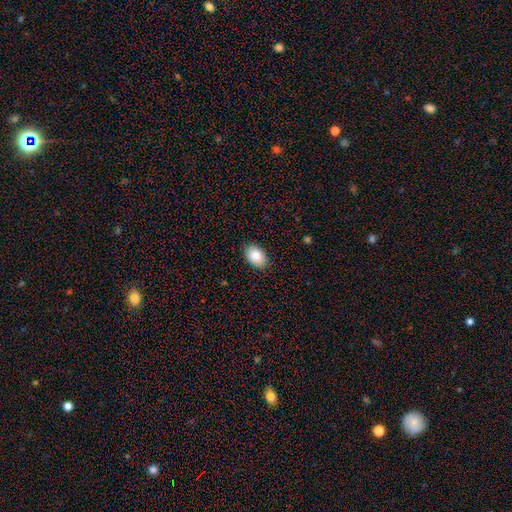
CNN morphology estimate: A smooth galaxy with no disk features (84%) that is in between round and cigar-shaped (83%).

Vote fractions:
- Smooth or featured? smooth: 84% / featured or disk: 9% / star or artifact: 7%
- How rounded? in between: 83% / round: 16% / cigar-shaped: 1%
- Merging? none: 88% / minor disturbance: 9% / major disturbance: 2% / merger: 1%